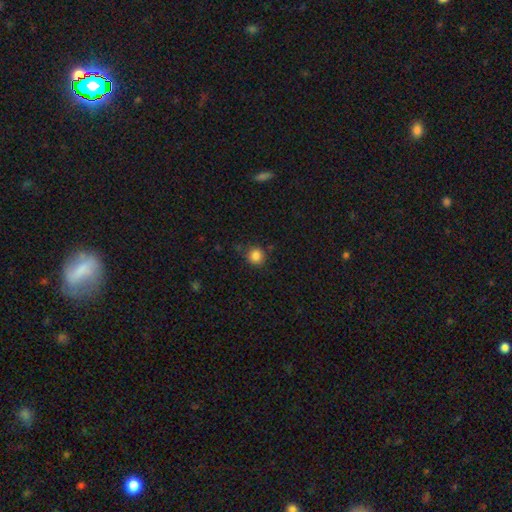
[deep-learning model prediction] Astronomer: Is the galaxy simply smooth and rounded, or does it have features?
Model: smooth — 85%.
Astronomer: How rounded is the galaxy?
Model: round — 91%.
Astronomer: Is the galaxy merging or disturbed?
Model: none — 82%.